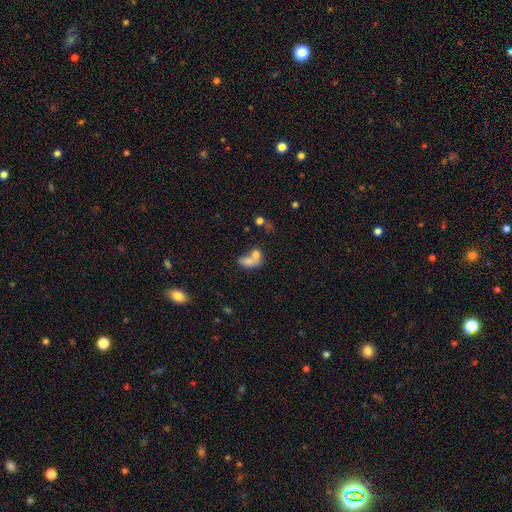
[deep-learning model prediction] smooth_or_featured: smooth (p=0.73) [alt: featured or disk p=0.16]
how_rounded: in between (p=0.77) [alt: round p=0.20]
merging: merger (p=0.64) [alt: none p=0.20]